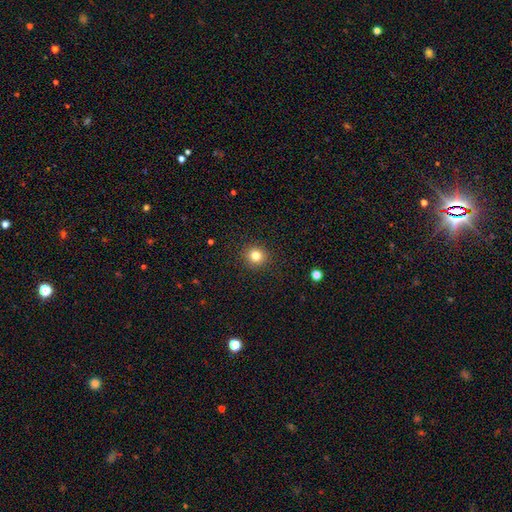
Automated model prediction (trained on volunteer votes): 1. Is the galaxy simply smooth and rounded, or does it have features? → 81% smooth, 13% star or artifact, 6% featured or disk.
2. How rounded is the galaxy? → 92% round, 7% in between, 1% cigar-shaped.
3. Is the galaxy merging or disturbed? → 92% none, 5% minor disturbance, 2% major disturbance, 1% merger.